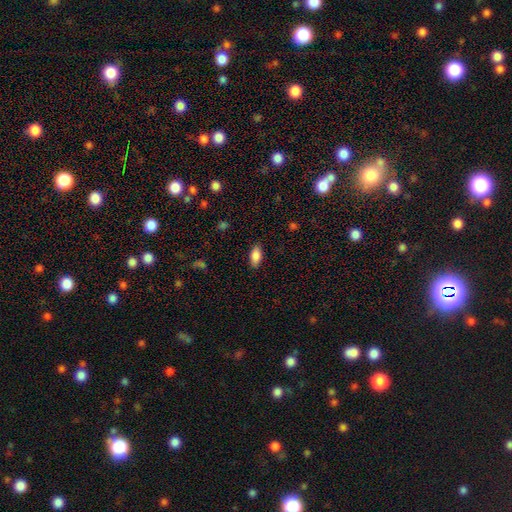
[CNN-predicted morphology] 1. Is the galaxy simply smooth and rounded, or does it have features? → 87% smooth, 7% star or artifact, 6% featured or disk.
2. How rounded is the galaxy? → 88% in between, 10% cigar-shaped, 3% round.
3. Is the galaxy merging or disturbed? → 86% none, 10% minor disturbance, 2% major disturbance, 1% merger.